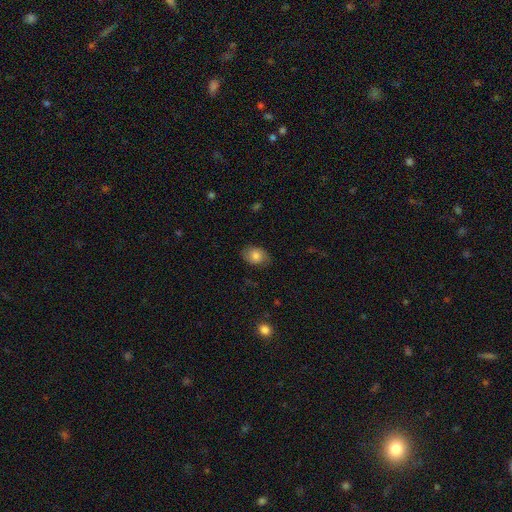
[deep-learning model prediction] Overall: smooth (71%). How rounded: in between (75%). Merging: none (78%).